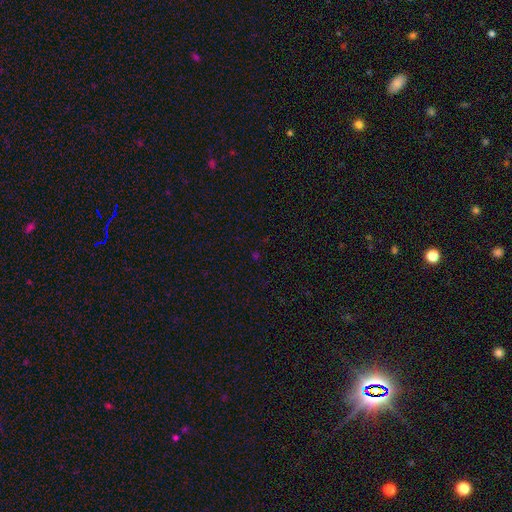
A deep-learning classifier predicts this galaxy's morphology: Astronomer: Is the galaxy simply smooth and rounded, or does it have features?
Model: star or artifact — 62%.